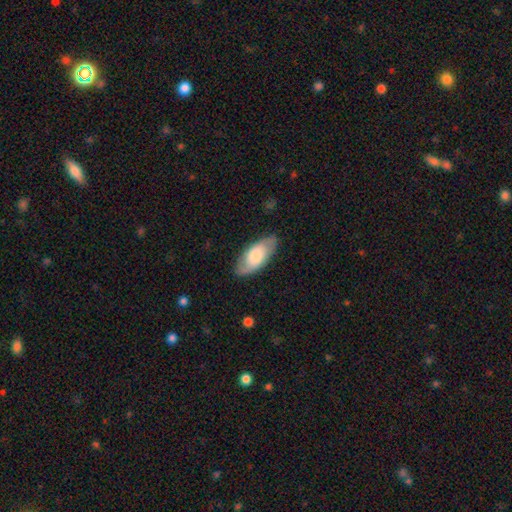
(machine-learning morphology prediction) Smooth or featured? smooth (64%)
How rounded? in between (87%)
Merging? none (81%)